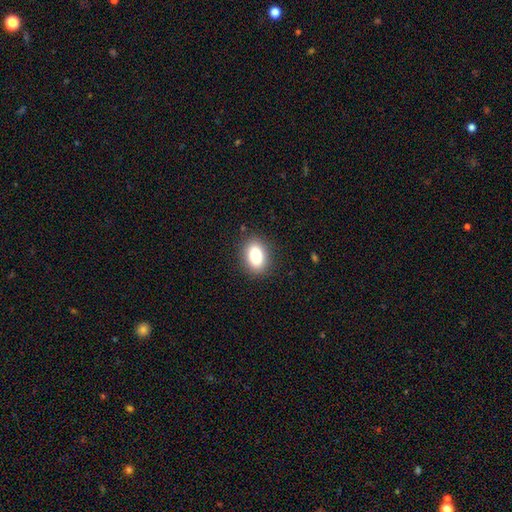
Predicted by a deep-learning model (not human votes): This is clearly a smooth galaxy (82%). How rounded: clearly in between (82%). Merging: clearly none (87%).